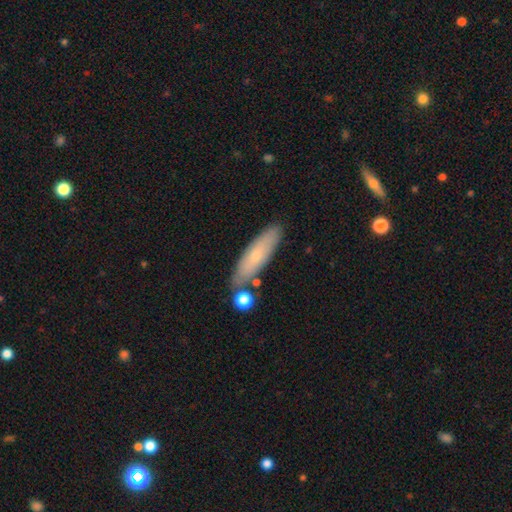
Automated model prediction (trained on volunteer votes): Smooth or featured?
  - smooth: 64% *
  - featured or disk: 29%
  - star or artifact: 7%
How rounded?
  - cigar-shaped: 66% *
  - in between: 32%
  - round: 2%
Merging?
  - none: 79% *
  - minor disturbance: 12%
  - merger: 6%
  - major disturbance: 3%